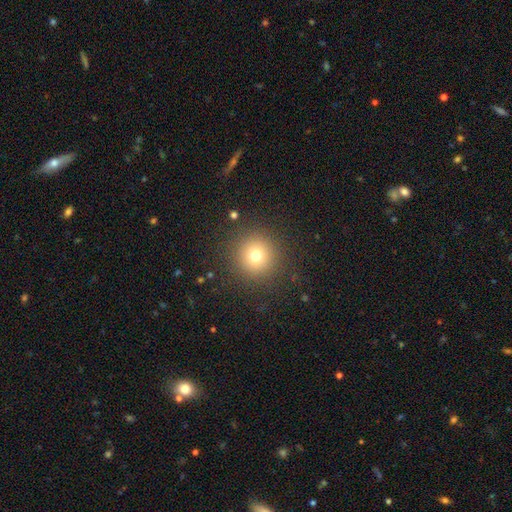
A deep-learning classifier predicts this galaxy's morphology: Smooth or featured?
  - smooth: 73% *
  - star or artifact: 16%
  - featured or disk: 11%
How rounded?
  - round: 95% *
  - in between: 4%
  - cigar-shaped: 1%
Merging?
  - none: 89% *
  - minor disturbance: 6%
  - major disturbance: 4%
  - merger: 1%